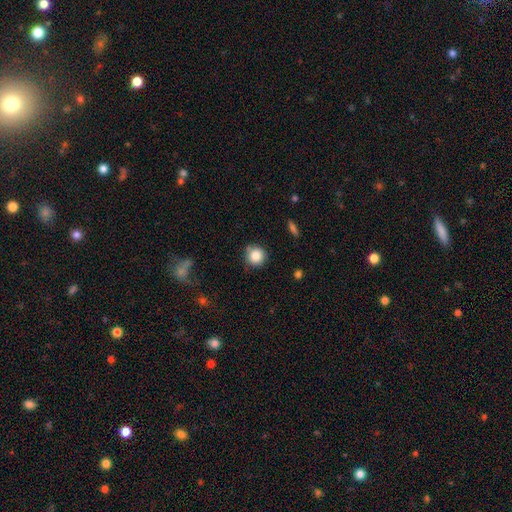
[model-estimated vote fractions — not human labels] A smooth galaxy with no disk features (85%) that is round (92%). Merging: none (79%).